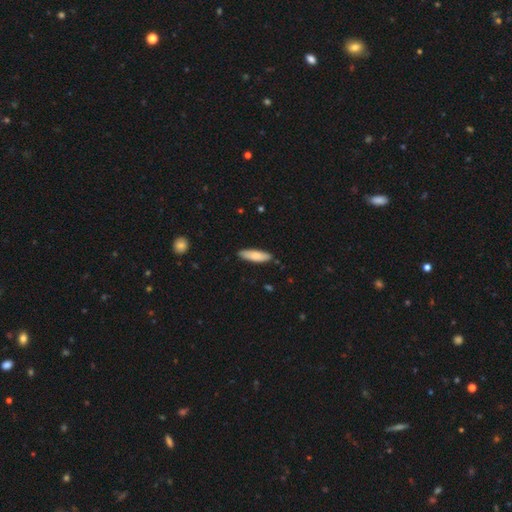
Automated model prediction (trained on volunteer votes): A smooth galaxy with no disk features (81%) that is cigar-shaped (58%). Merging: none (87%).